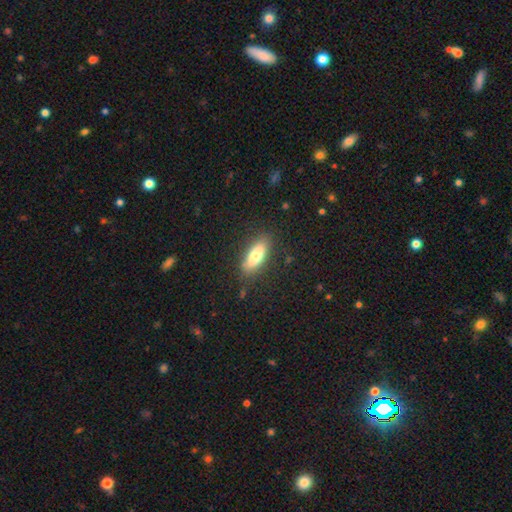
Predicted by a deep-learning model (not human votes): This appears to be a smooth galaxy with no disk features (72%) that is in between round and cigar-shaped (68%). Merging: none (83%).